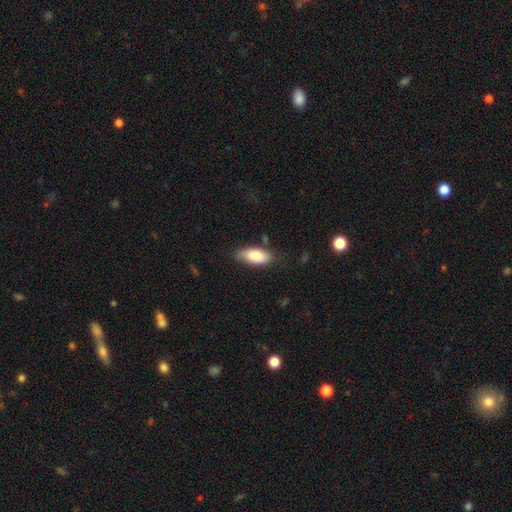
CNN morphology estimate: Smooth or featured: smooth — 84% (featured or disk — 10%)
How rounded: in between — 88% (cigar-shaped — 10%)
Merging: none — 71% (minor disturbance — 22%)